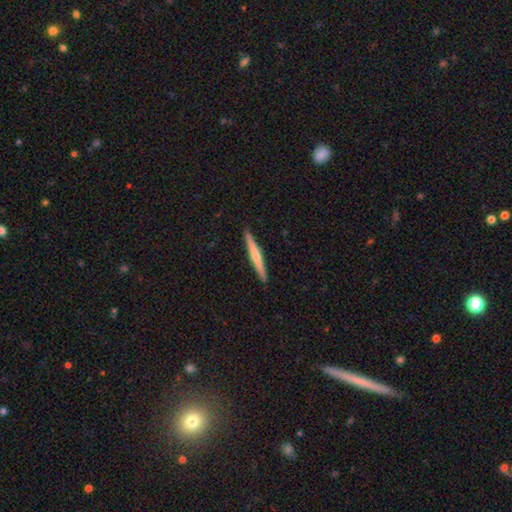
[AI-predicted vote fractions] smooth_or_featured: smooth (p=0.52) [alt: featured or disk p=0.43]
how_rounded: cigar-shaped (p=0.96) [alt: in between p=0.02]
merging: none (p=0.91) [alt: minor disturbance p=0.06]